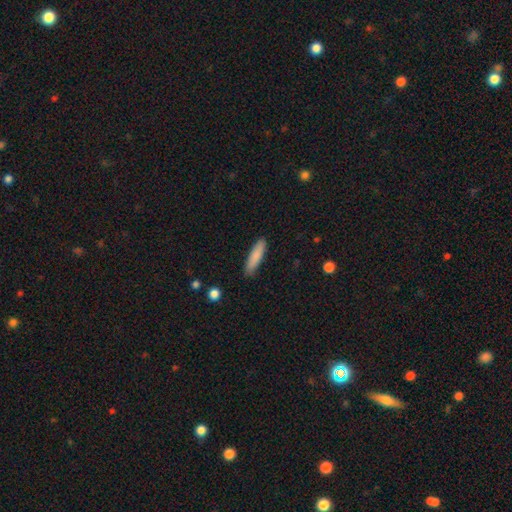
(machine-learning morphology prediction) A smooth galaxy with no disk features (85%) that is cigar-shaped (73%).

Vote fractions:
- Smooth or featured? smooth: 85% / featured or disk: 9% / star or artifact: 6%
- How rounded? cigar-shaped: 73% / in between: 26% / round: 1%
- Merging? none: 86% / minor disturbance: 11% / major disturbance: 2% / merger: 1%